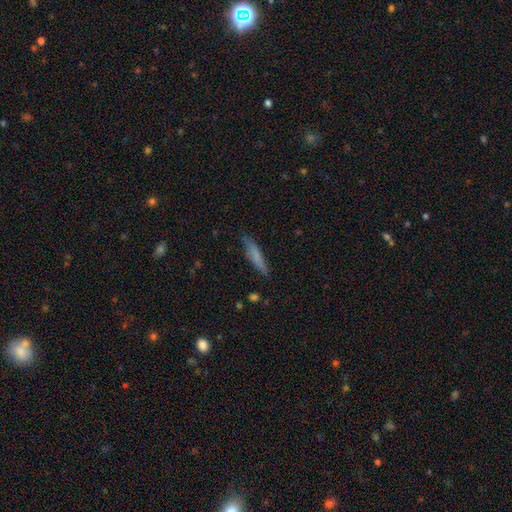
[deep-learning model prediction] smooth-or-featured: smooth: 72% | featured or disk: 21% | star or artifact: 7%
  how-rounded: cigar-shaped: 88% | in between: 10% | round: 2%
  merging: none: 82% | minor disturbance: 14% | major disturbance: 3% | merger: 2%